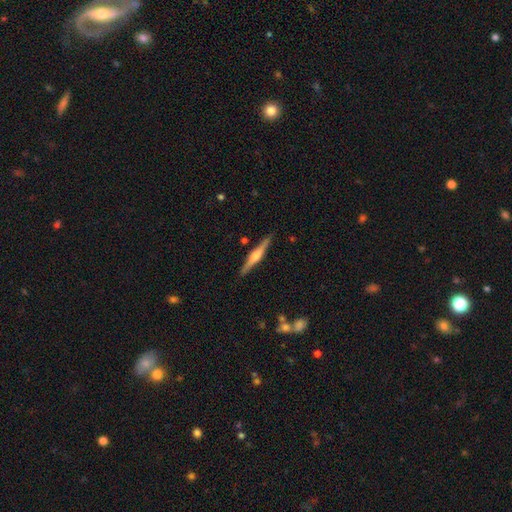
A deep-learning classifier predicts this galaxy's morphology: This is likely a featured or disk galaxy (71%). It is clearly viewed edge-on (98%). Edge-on bulge: clearly rounded (81%). Merging: clearly none (90%).